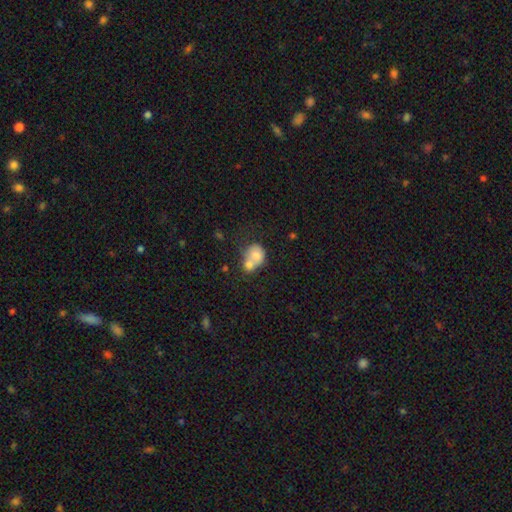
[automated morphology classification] Smooth or featured? Predicted: smooth (p=0.71). How rounded? Predicted: round (p=0.64). Merging? Predicted: merger (p=0.66).